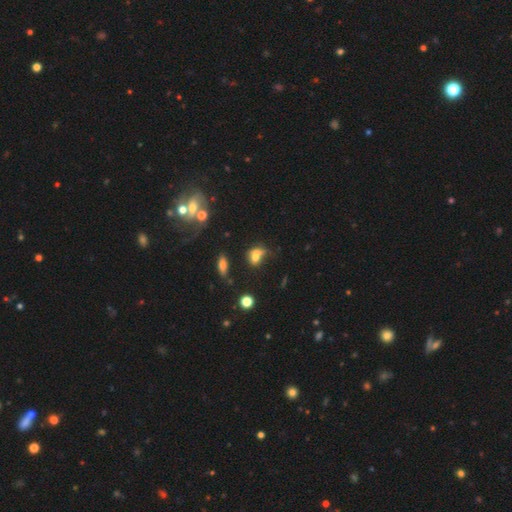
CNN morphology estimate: The model was most divided on "merging": merger: 36%, none: 31%, minor disturbance: 19%, major disturbance: 15%. More confident: smooth or featured — smooth (66%); how rounded — in between (54%).